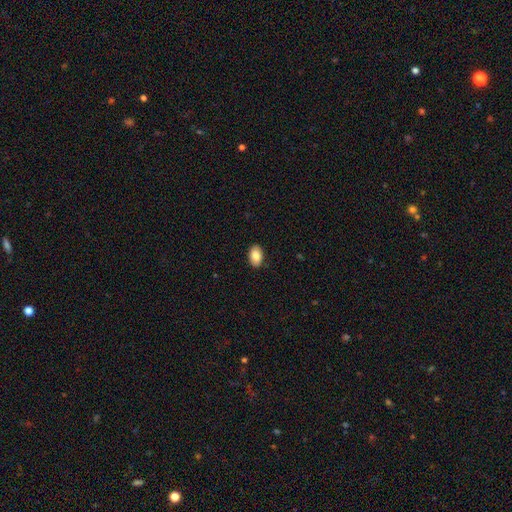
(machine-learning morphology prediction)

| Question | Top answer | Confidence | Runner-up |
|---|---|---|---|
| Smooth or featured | smooth | 86% | star or artifact (7%) |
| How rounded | in between | 89% | round (10%) |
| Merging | none | 89% | minor disturbance (8%) |